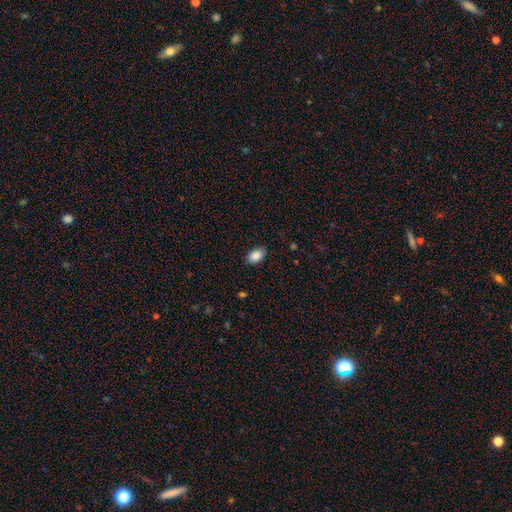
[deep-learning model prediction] A smooth galaxy with no disk features (89%) that is in between round and cigar-shaped (87%).

Vote fractions:
- Smooth or featured? smooth: 89% / star or artifact: 7% / featured or disk: 4%
- How rounded? in between: 87% / round: 12% / cigar-shaped: 1%
- Merging? none: 86% / minor disturbance: 11% / major disturbance: 2% / merger: 1%